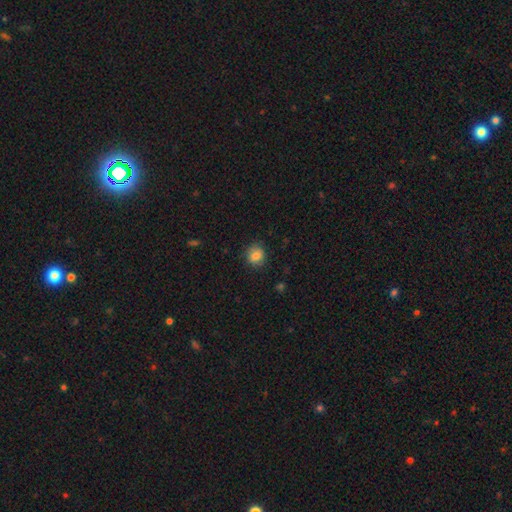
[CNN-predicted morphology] The model was most divided on "how rounded": round: 80%, in between: 19%, cigar-shaped: 1%. More confident: merging — none (83%); smooth or featured — smooth (83%).